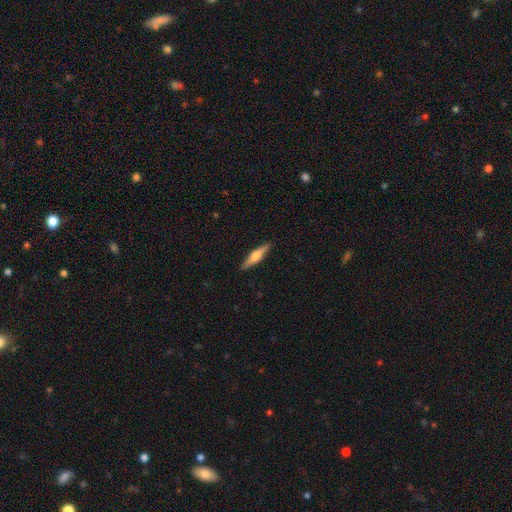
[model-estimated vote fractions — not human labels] Smooth or featured?
  - featured or disk: 56% *
  - smooth: 38%
  - star or artifact: 6%
Edge-on disk?
  - yes: 97% *
  - no: 3%
Edge-on bulge?
  - rounded: 87% *
  - boxy: 9%
  - none: 4%
Merging?
  - none: 91% *
  - minor disturbance: 7%
  - major disturbance: 2%
  - merger: 1%